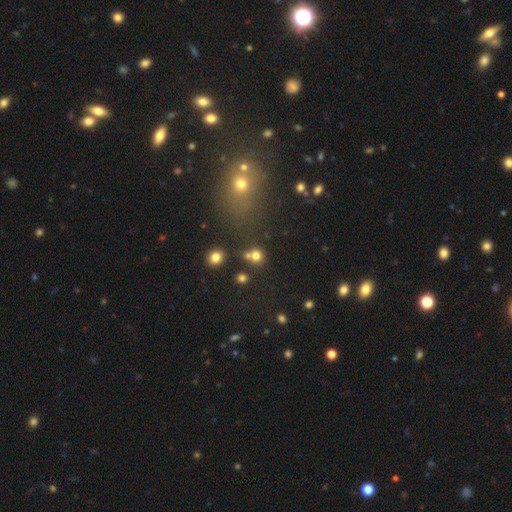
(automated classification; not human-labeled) This appears to be a smooth galaxy with no disk features (76%) that is round (88%). Merging: none (65%).